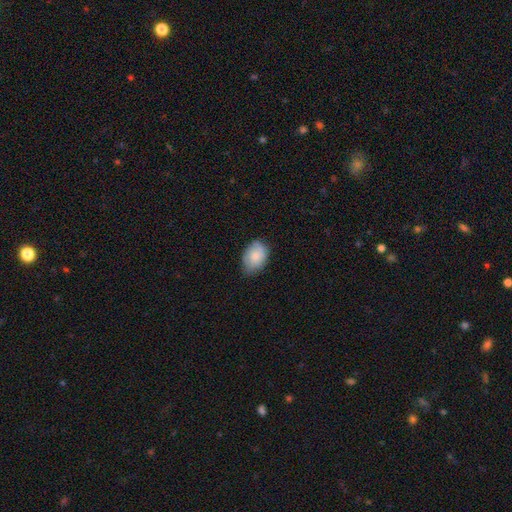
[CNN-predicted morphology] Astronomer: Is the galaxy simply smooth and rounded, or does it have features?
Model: smooth — 81%.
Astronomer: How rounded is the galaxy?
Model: in between — 83%.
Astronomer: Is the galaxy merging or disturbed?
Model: none — 69%.